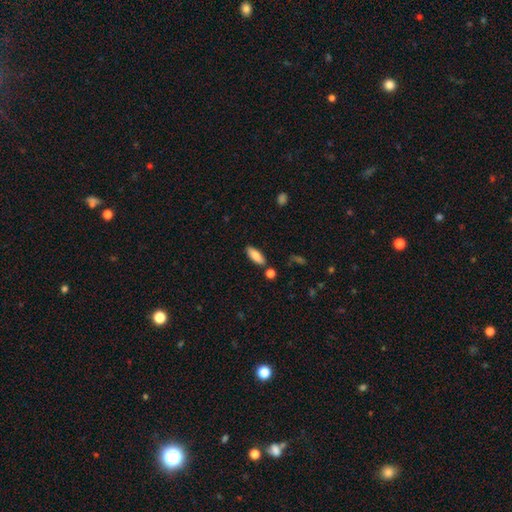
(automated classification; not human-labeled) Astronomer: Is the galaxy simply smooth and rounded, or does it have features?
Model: smooth — 84%.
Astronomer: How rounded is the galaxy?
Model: in between — 69%.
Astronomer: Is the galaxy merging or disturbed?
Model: none — 82%.